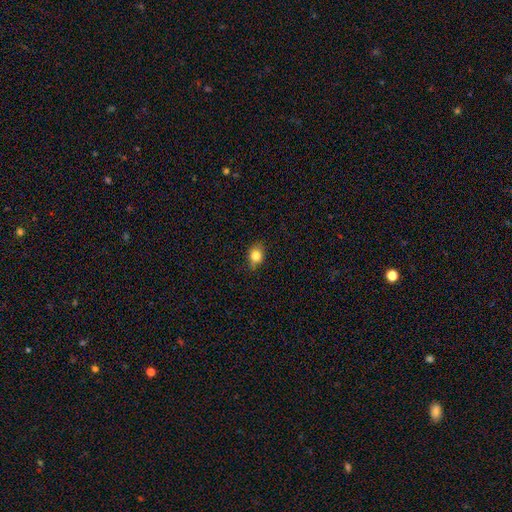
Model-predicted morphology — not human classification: This is clearly a smooth galaxy (81%). How rounded: possibly round (55%). Merging: likely none (75%).